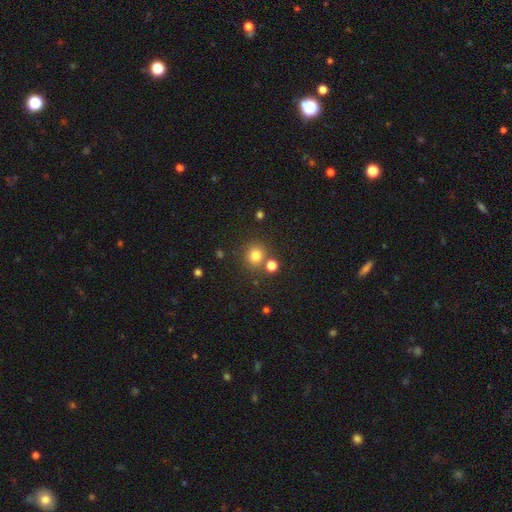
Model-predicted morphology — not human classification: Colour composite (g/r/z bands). It shows a smooth galaxy with no disk features (78%) that is round (89%). Merging: none (75%).